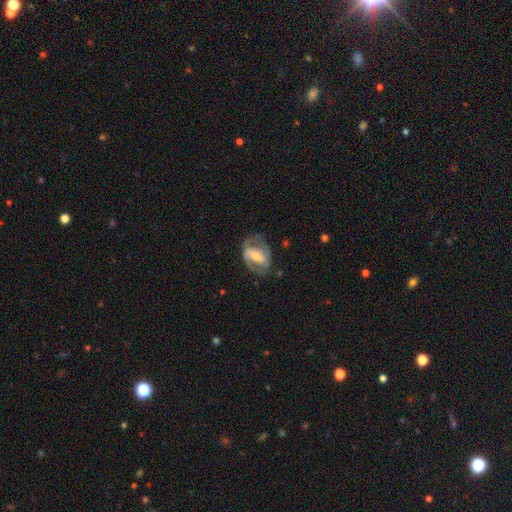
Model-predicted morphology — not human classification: type=featured or disk (72%); edge-on=no (96%); bar=strong (46%); spiral arms=yes (76%); winding=medium (47%); arm count=2 (78%); bulge=moderate (52%); merging=none (59%).